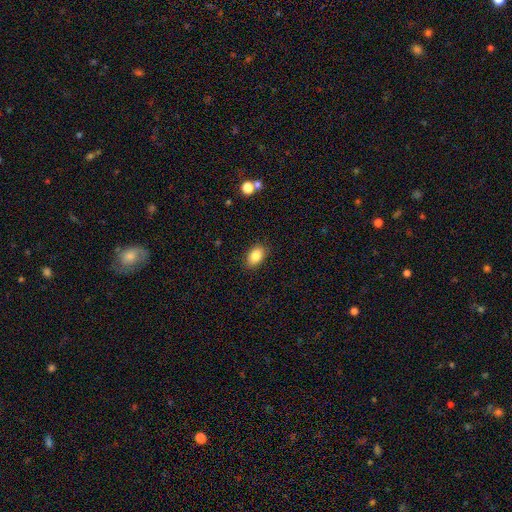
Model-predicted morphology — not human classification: A smooth galaxy with no disk features (85%) that is in between round and cigar-shaped (86%). Merging: none (87%).